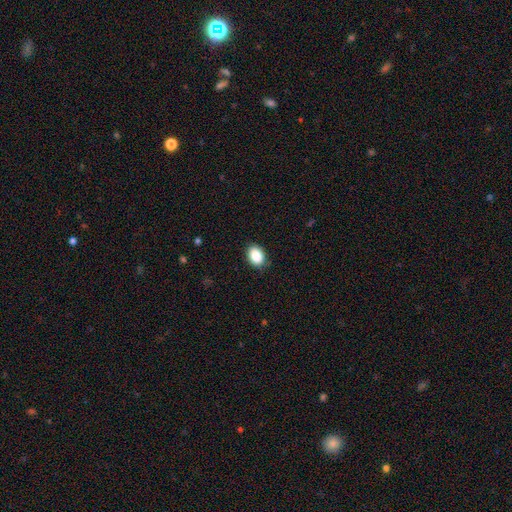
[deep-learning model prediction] smooth 89%, star or artifact 8%, featured or disk 4%. Down the decision tree: how rounded — in between (78%); merging — none (86%).